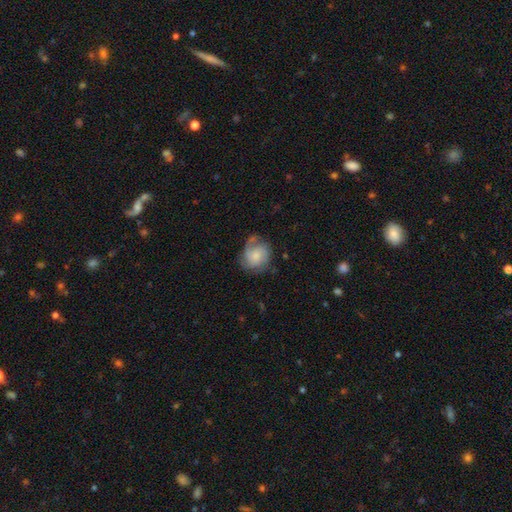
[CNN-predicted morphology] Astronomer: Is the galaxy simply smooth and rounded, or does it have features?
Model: featured or disk — 52% (runner-up: smooth, 40%).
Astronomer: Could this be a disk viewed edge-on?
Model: no — 98%.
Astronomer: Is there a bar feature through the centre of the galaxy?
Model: no — 71%.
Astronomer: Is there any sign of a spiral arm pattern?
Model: yes — 87%.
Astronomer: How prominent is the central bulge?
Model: small — 38% (runner-up: moderate, 36%).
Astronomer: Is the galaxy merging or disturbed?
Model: none — 58%.